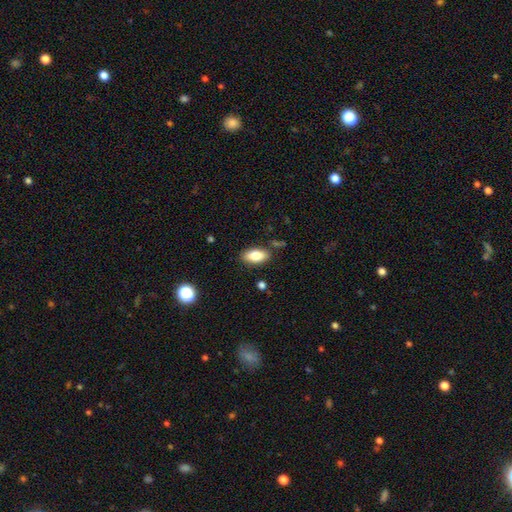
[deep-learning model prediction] smooth_or_featured: smooth (p=0.81) [alt: featured or disk p=0.11]
how_rounded: in between (p=0.89) [alt: cigar-shaped p=0.08]
merging: none (p=0.85) [alt: minor disturbance p=0.11]